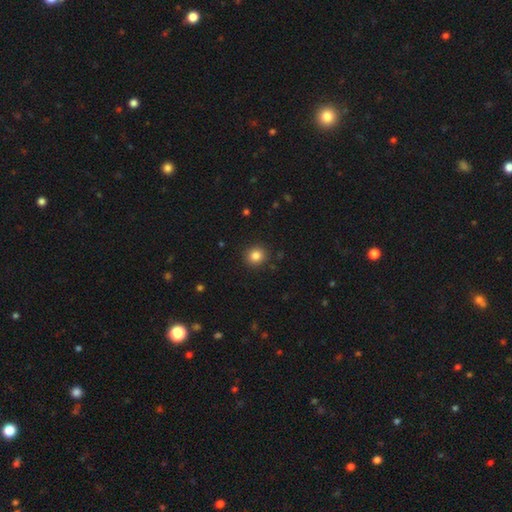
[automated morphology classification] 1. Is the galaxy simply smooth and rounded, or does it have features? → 84% smooth, 11% star or artifact, 6% featured or disk.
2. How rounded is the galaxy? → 88% round, 11% in between, 1% cigar-shaped.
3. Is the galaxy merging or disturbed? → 90% none, 7% minor disturbance, 2% major disturbance, 1% merger.